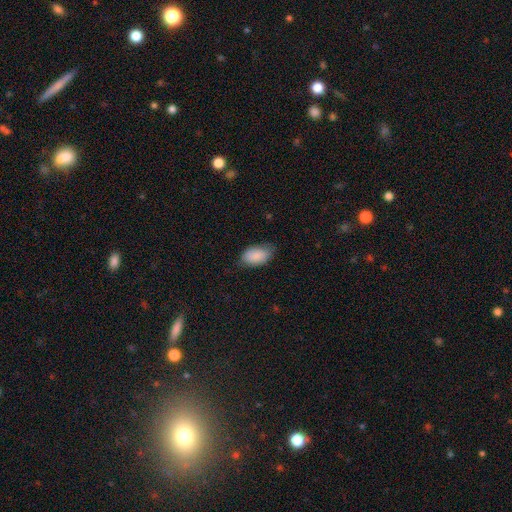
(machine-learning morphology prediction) smooth-or-featured: smooth: 88% | star or artifact: 6% | featured or disk: 6%
  how-rounded: in between: 93% | round: 6% | cigar-shaped: 2%
  merging: none: 70% | minor disturbance: 25% | major disturbance: 5% | merger: 1%